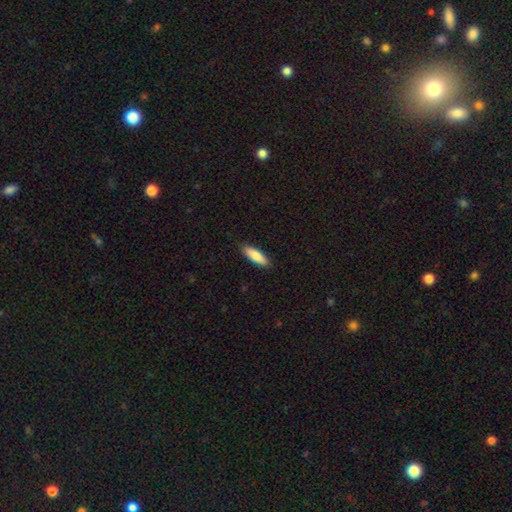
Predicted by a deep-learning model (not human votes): Smooth or featured?
  - smooth: 83% *
  - featured or disk: 11%
  - star or artifact: 6%
How rounded?
  - in between: 54% *
  - cigar-shaped: 44%
  - round: 2%
Merging?
  - none: 88% *
  - minor disturbance: 10%
  - major disturbance: 2%
  - merger: 1%